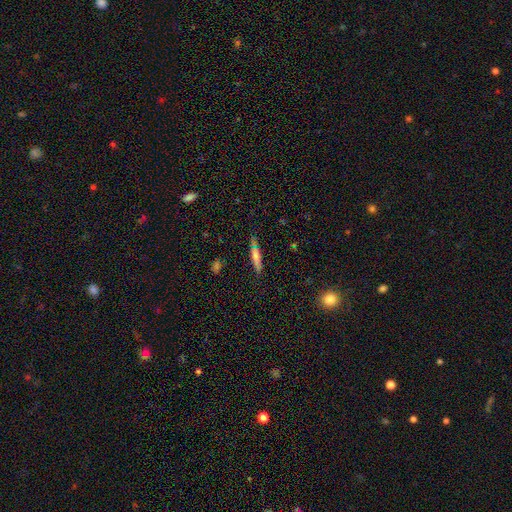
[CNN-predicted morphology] smooth-or-featured: smooth: 66% | featured or disk: 25% | star or artifact: 9%
  how-rounded: cigar-shaped: 86% | in between: 13% | round: 2%
  merging: none: 78% | minor disturbance: 15% | merger: 3% | major disturbance: 3%